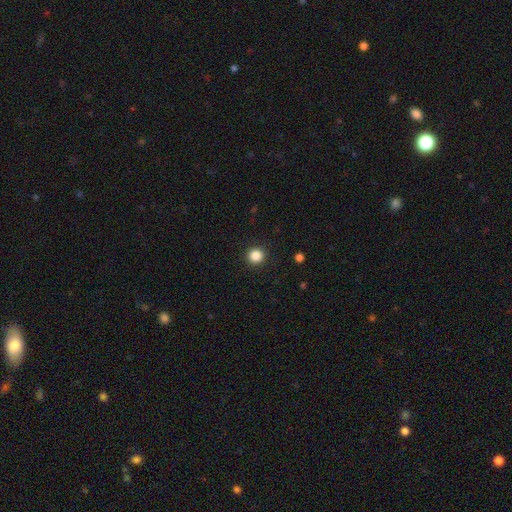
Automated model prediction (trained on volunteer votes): Smooth or featured: smooth — 86% (star or artifact — 11%)
How rounded: round — 95% (in between — 4%)
Merging: none — 93% (minor disturbance — 4%)